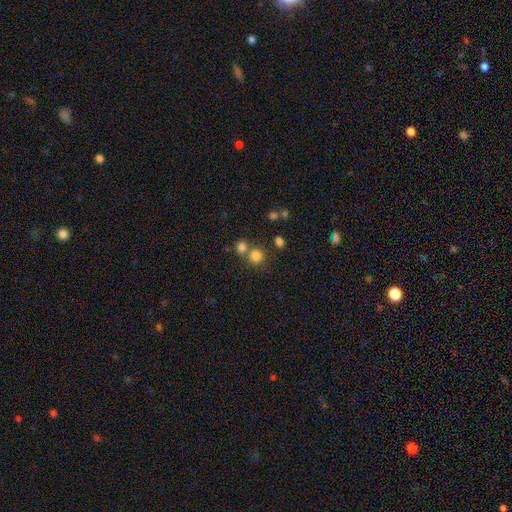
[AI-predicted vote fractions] smooth_or_featured: smooth (p=0.79) [alt: star or artifact p=0.14]
how_rounded: round (p=0.86) [alt: in between p=0.13]
merging: none (p=0.57) [alt: merger p=0.33]